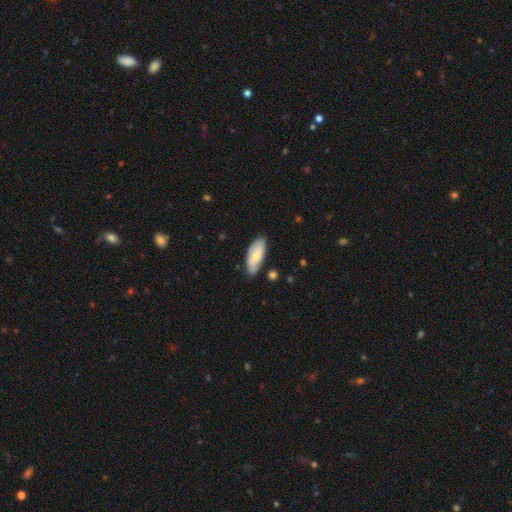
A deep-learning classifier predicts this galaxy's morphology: Q: Smooth or featured?
A: smooth (66%); runner-up: featured or disk (28%)
Q: How rounded?
A: in between (83%); runner-up: cigar-shaped (15%)
Q: Merging?
A: none (78%); runner-up: minor disturbance (17%)